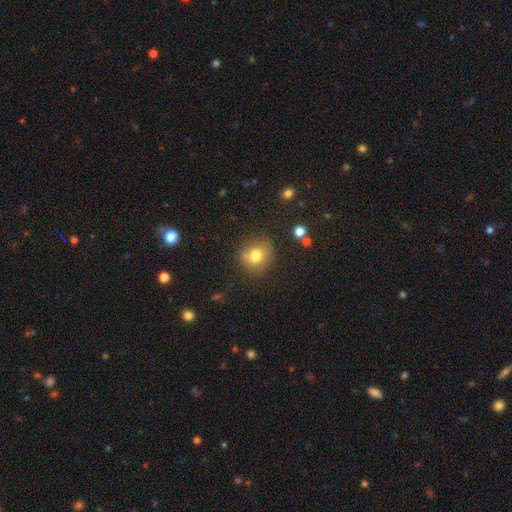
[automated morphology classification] Q: Smooth or featured?
A: smooth (78%); runner-up: star or artifact (12%)
Q: How rounded?
A: round (85%); runner-up: in between (14%)
Q: Merging?
A: none (77%); runner-up: minor disturbance (14%)